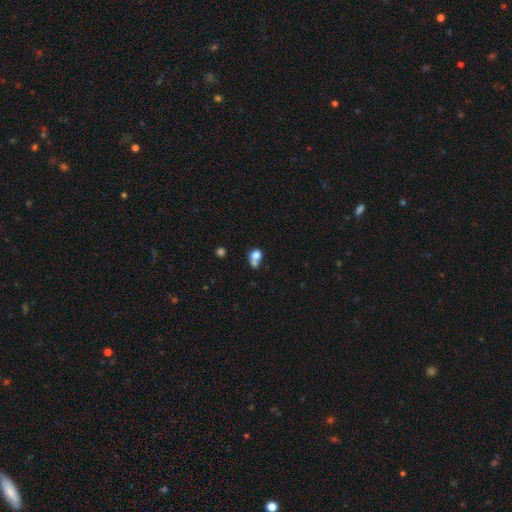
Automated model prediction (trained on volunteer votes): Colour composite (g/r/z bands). It shows a smooth galaxy with no disk features (76%) that is round (66%). Merging: merger (53%).